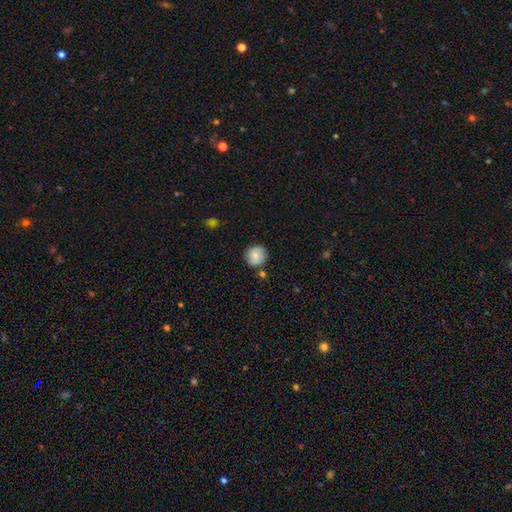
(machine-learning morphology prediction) A smooth galaxy with no disk features (77%) that is round (93%). Merging: none (80%).